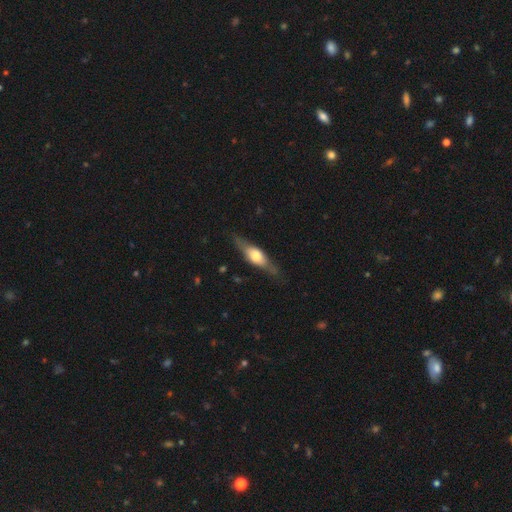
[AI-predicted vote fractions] smooth_or_featured: featured or disk (p=0.55) [alt: smooth p=0.39]
disk_edge_on: yes (p=0.88) [alt: no p=0.12]
merging: none (p=0.80) [alt: minor disturbance p=0.15]